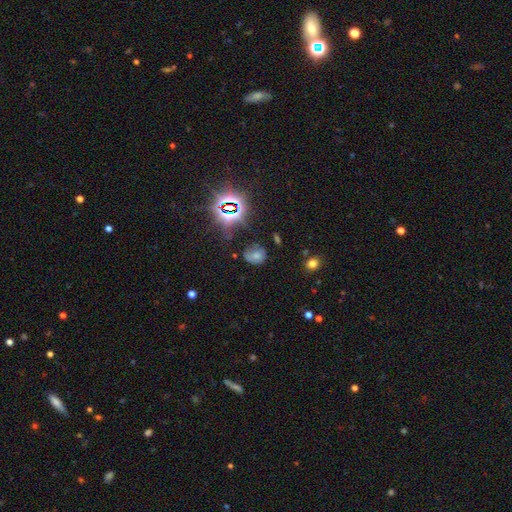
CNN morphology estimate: Smooth or featured: smooth — 51% (star or artifact — 27%)
How rounded: round — 65% (in between — 34%)
Merging: none — 56% (minor disturbance — 27%)